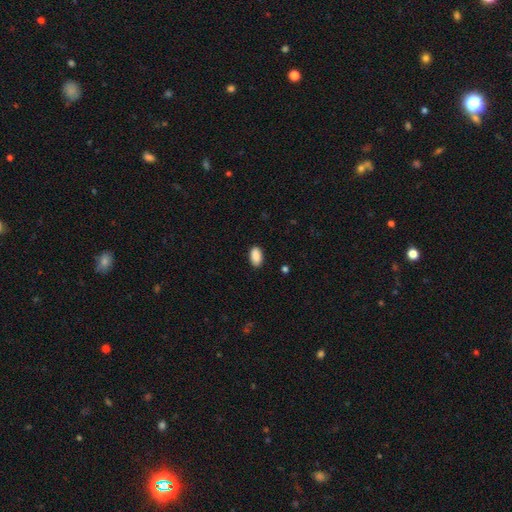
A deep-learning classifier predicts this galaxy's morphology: type=smooth (91%); roundness=in between (94%); merging=none (88%).